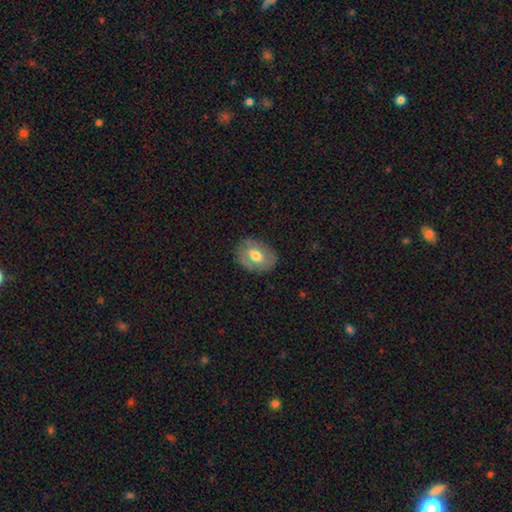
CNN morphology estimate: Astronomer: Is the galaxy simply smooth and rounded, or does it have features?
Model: smooth — 52% (runner-up: featured or disk, 41%).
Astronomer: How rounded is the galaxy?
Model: in between — 69%.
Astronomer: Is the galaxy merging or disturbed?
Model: none — 81%.